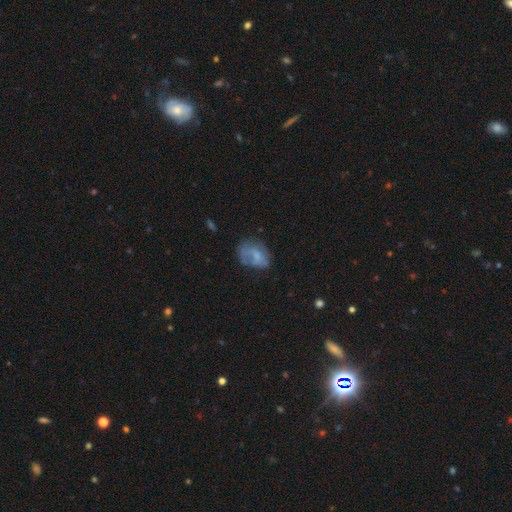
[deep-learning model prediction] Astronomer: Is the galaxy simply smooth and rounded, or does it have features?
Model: smooth — 54% (runner-up: featured or disk, 36%).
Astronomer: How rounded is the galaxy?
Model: in between — 75%.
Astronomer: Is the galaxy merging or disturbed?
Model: none — 42% (runner-up: minor disturbance, 29%).